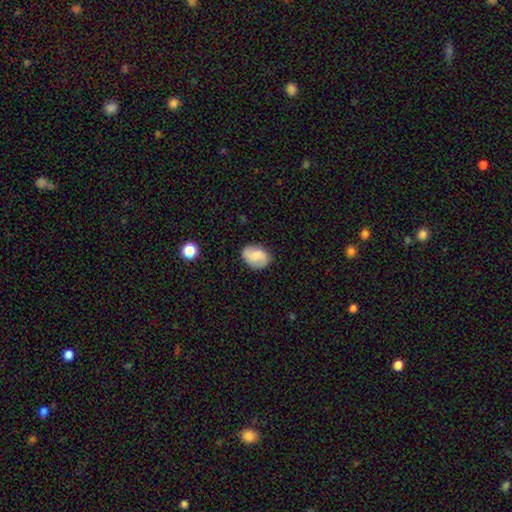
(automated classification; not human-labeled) Q: Smooth or featured?
A: smooth (50%); runner-up: featured or disk (42%)
Q: Merging?
A: none (81%); runner-up: minor disturbance (14%)